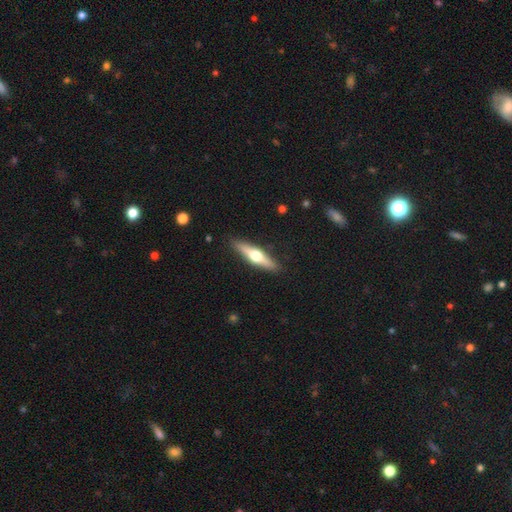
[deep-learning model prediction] featured or disk 59%, smooth 36%, star or artifact 5%. Down the decision tree: edge-on disk — yes (95%); edge-on bulge — rounded (95%); merging — none (89%).